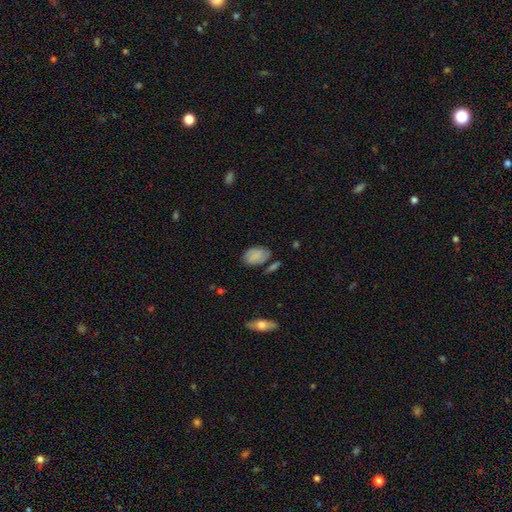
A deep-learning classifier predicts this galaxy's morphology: A smooth galaxy with no disk features (70%) that is in between round and cigar-shaped (87%).

Vote fractions:
- Smooth or featured? smooth: 70% / featured or disk: 21% / star or artifact: 9%
- How rounded? in between: 87% / round: 11% / cigar-shaped: 2%
- Merging? none: 65% / minor disturbance: 21% / merger: 7% / major disturbance: 6%